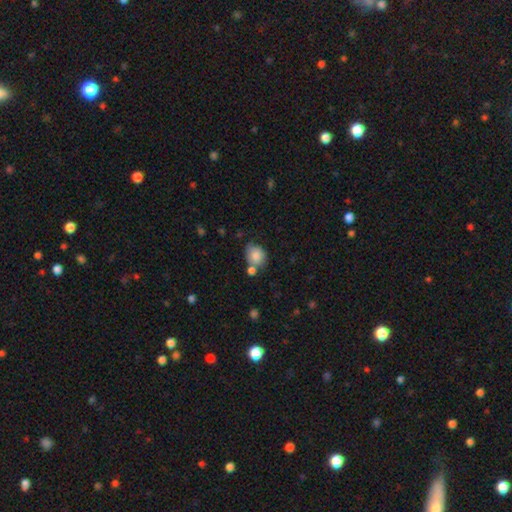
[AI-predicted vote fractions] Morphology: type=smooth (79%); roundness=round (57%); merging=none (49%).